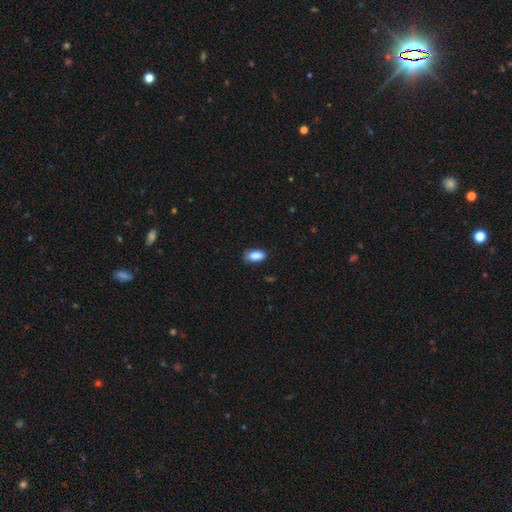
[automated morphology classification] smooth_or_featured: smooth (p=0.88) [alt: star or artifact p=0.07]
how_rounded: in between (p=0.92) [alt: round p=0.04]
merging: none (p=0.81) [alt: minor disturbance p=0.16]